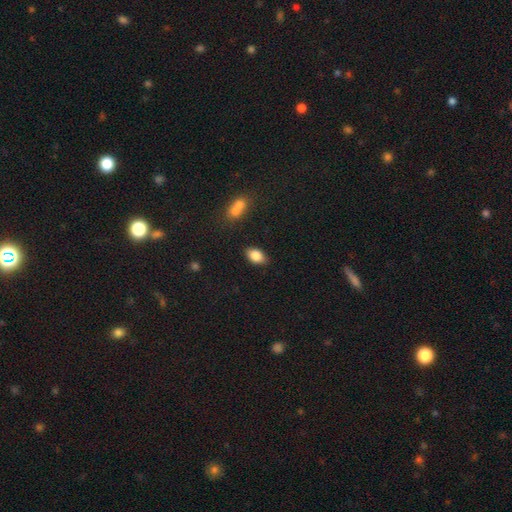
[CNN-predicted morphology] Smooth or featured? smooth (84%)
How rounded? in between (89%)
Merging? none (84%)